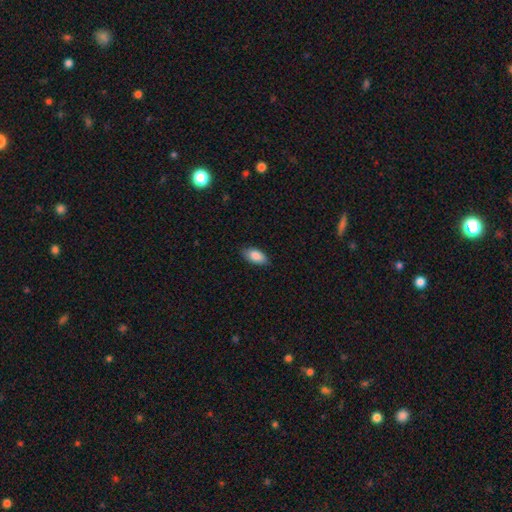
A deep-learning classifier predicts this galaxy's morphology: Smooth or featured: smooth — 87% (featured or disk — 7%)
How rounded: in between — 92% (cigar-shaped — 5%)
Merging: none — 84% (minor disturbance — 13%)